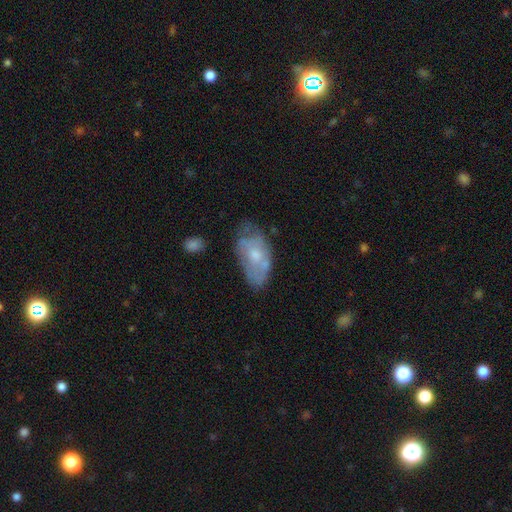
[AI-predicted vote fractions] Smooth or featured? Predicted: featured or disk (p=0.47). Merging? Predicted: none (p=0.46).